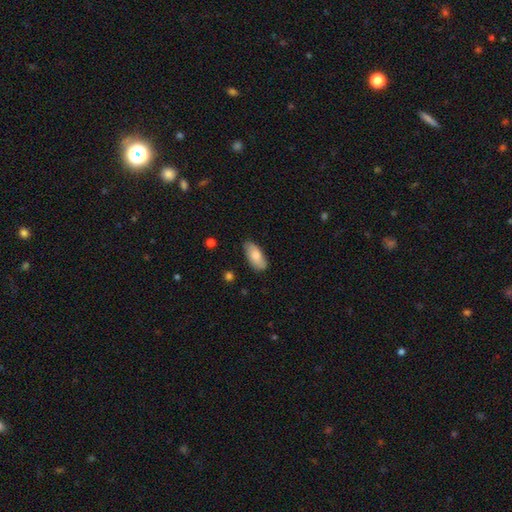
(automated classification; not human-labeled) This appears to be a smooth galaxy with no disk features (80%) that is in between round and cigar-shaped (86%). Merging: none (80%).